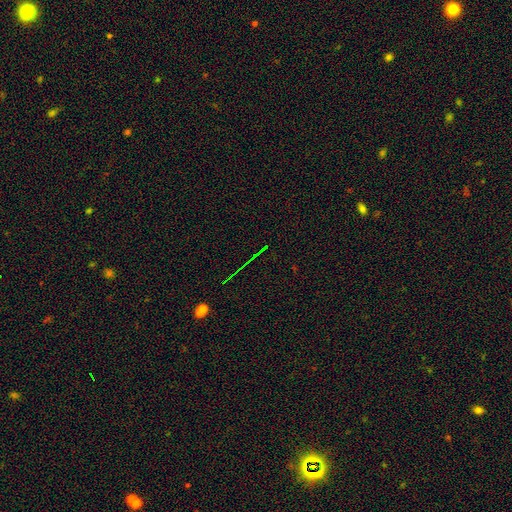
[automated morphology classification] smooth-or-featured: star or artifact: 76% | featured or disk: 14% | smooth: 10%